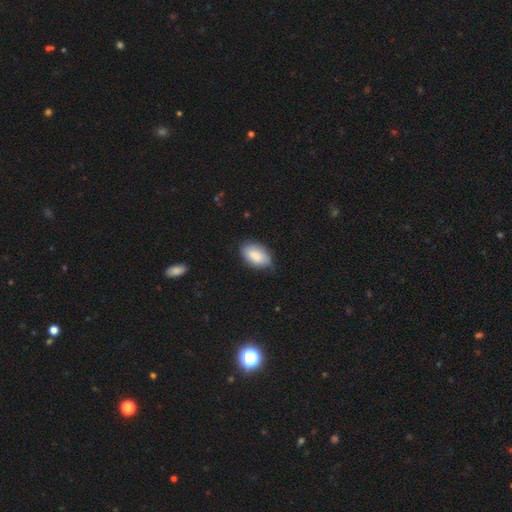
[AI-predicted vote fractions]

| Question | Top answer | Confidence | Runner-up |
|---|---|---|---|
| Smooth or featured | smooth | 86% | featured or disk (8%) |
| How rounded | in between | 94% | round (4%) |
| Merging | none | 68% | minor disturbance (27%) |